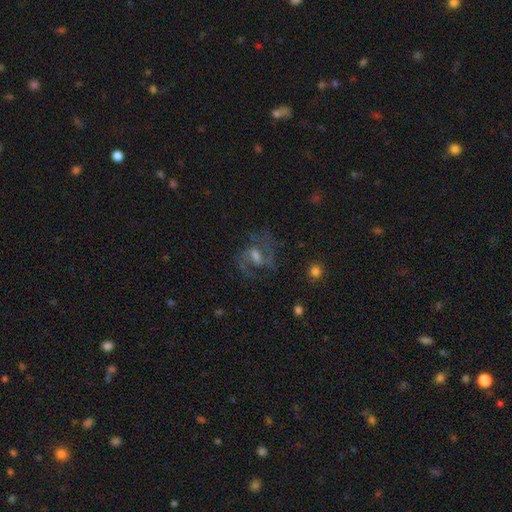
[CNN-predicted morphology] smooth_or_featured: featured or disk (p=0.76) [alt: star or artifact p=0.14]
disk_edge_on: no (p=0.97) [alt: yes p=0.03]
bar: weak (p=0.54) [alt: no p=0.24]
has_spiral_arms: yes (p=0.93) [alt: no p=0.07]
spiral_winding: medium (p=0.55) [alt: loose p=0.29]
spiral_arm_count: 2 (p=0.74) [alt: can't tell p=0.11]
bulge_size: moderate (p=0.45) [alt: small p=0.35]
merging: none (p=0.69) [alt: minor disturbance p=0.15]